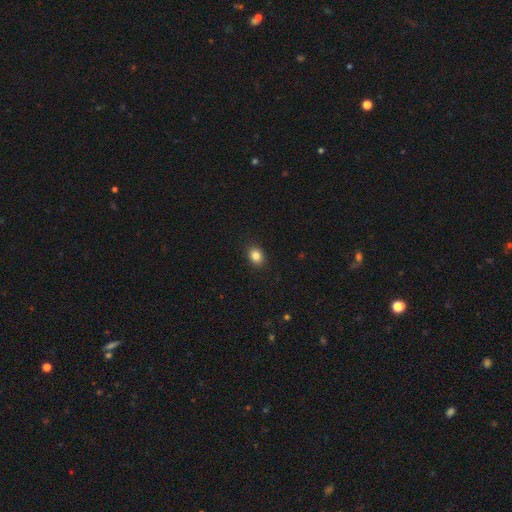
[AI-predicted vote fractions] Smooth or featured? Predicted: smooth (p=0.85). How rounded? Predicted: in between (p=0.55). Merging? Predicted: none (p=0.89).